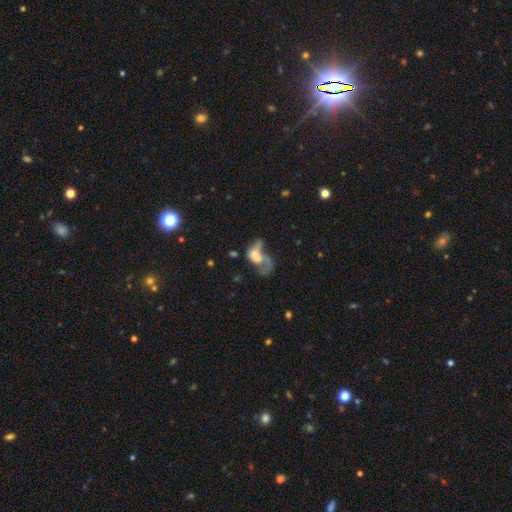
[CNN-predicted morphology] The model was most divided on "smooth or featured": featured or disk: 48%, smooth: 41%, star or artifact: 11%. Remaining: merging — major disturbance (50%).